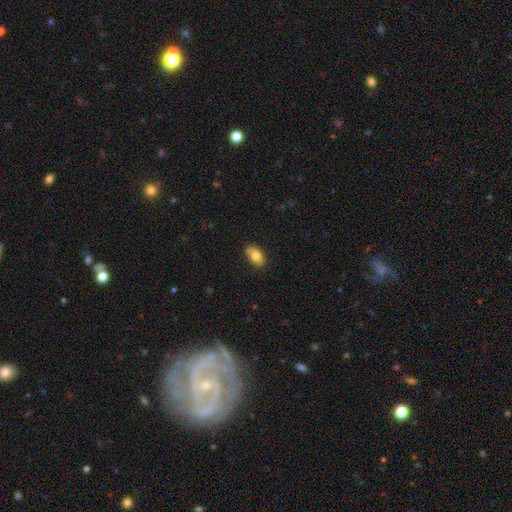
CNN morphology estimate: Smooth or featured? smooth (80%)
How rounded? in between (92%)
Merging? none (83%)